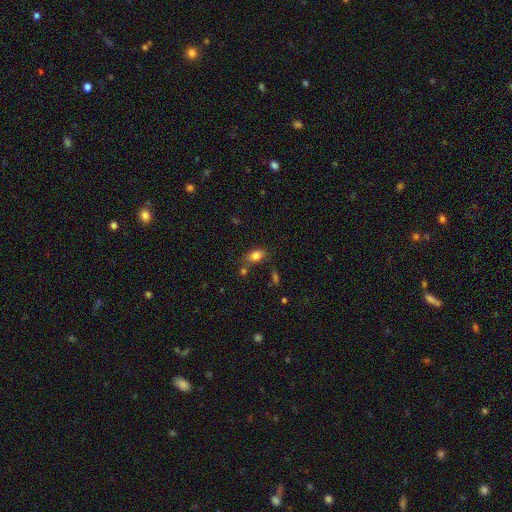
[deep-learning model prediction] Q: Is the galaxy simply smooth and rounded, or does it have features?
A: smooth — 82%.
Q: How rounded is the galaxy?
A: in between — 82%.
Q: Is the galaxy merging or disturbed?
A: none — 67%.